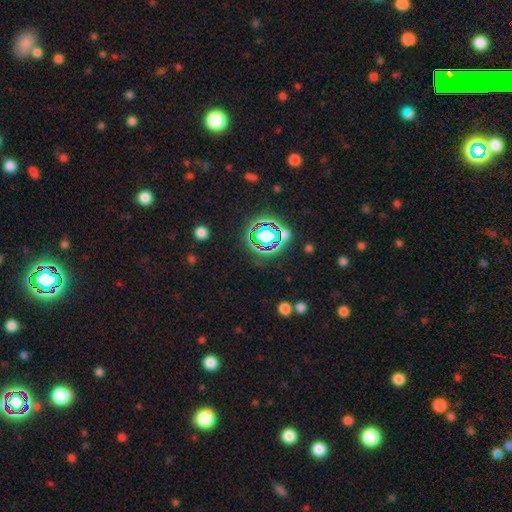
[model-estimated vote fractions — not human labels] This appears to be a star or artifact, not a galaxy (78%).